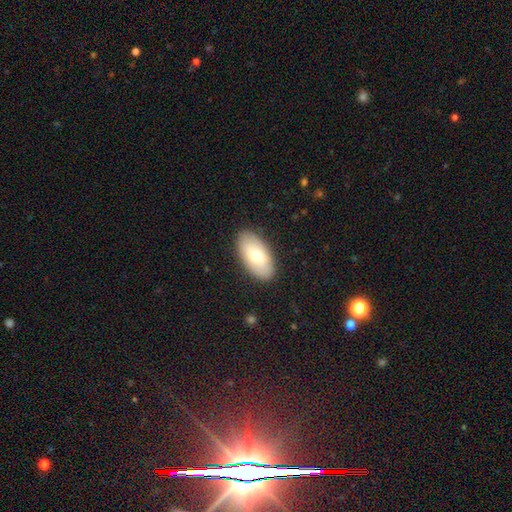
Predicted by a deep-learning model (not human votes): Overall: smooth (69%). How rounded: in between (94%). Merging: none (88%).